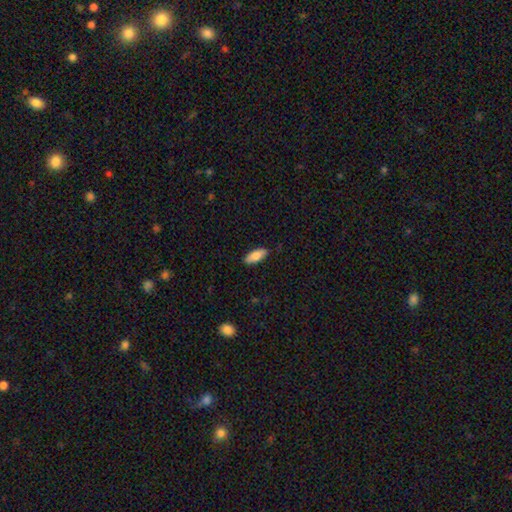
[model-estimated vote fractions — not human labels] Smooth or featured?
  - smooth: 83% *
  - featured or disk: 11%
  - star or artifact: 6%
How rounded?
  - in between: 79% *
  - cigar-shaped: 19%
  - round: 2%
Merging?
  - none: 86% *
  - minor disturbance: 11%
  - major disturbance: 2%
  - merger: 1%